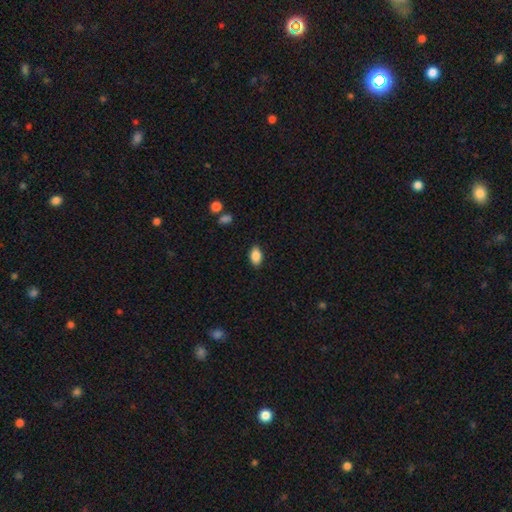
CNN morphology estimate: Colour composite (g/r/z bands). It shows a smooth galaxy with no disk features (87%) that is in between round and cigar-shaped (90%). Merging: none (86%).